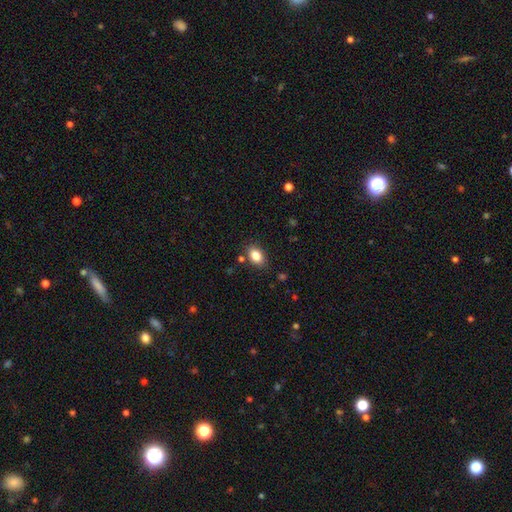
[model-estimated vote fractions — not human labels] This is clearly a smooth galaxy (84%). How rounded: clearly in between (82%). Merging: clearly none (83%).